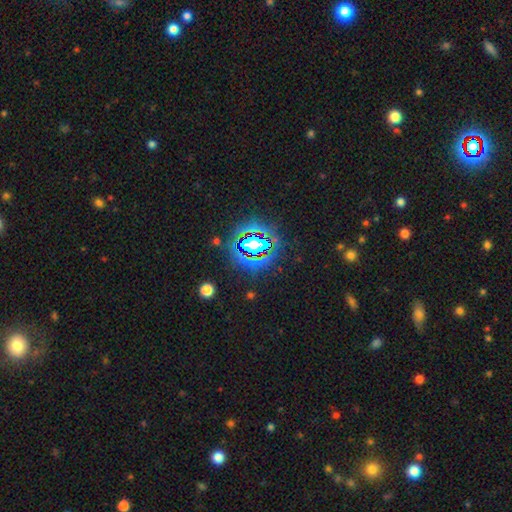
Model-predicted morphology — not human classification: Smooth or featured?
  - star or artifact: 81% *
  - smooth: 11%
  - featured or disk: 8%